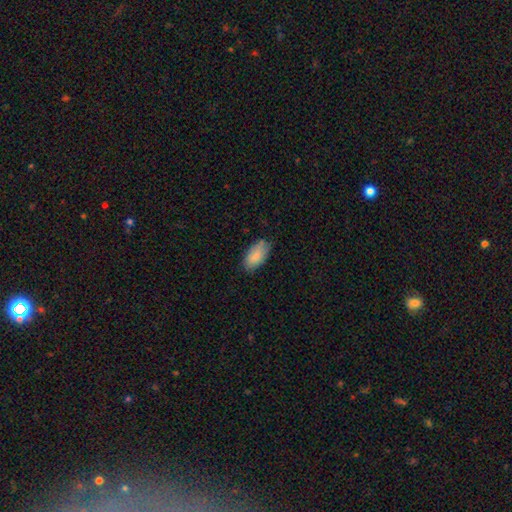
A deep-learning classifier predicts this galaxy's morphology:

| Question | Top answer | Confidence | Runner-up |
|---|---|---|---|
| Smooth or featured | smooth | 86% | featured or disk (8%) |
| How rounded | in between | 94% | cigar-shaped (4%) |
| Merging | none | 73% | minor disturbance (22%) |